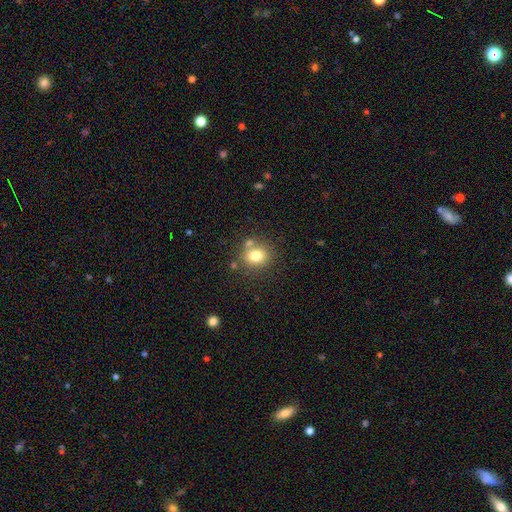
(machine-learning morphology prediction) A smooth galaxy with no disk features (78%) that is round (74%).

Vote fractions:
- Smooth or featured? smooth: 78% / star or artifact: 12% / featured or disk: 10%
- How rounded? round: 74% / in between: 25% / cigar-shaped: 1%
- Merging? none: 69% / merger: 15% / minor disturbance: 12% / major disturbance: 4%